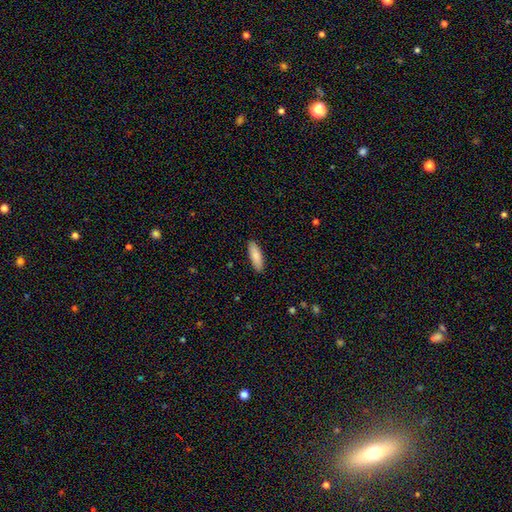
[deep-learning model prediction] The model was most divided on "how rounded": in between: 53%, cigar-shaped: 45%, round: 2%. More confident: merging — none (90%); smooth or featured — smooth (86%).